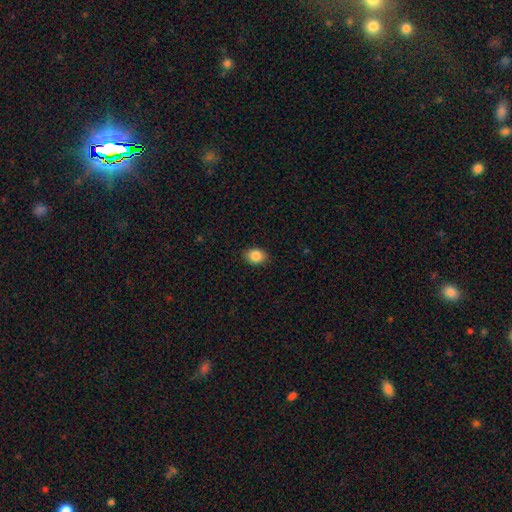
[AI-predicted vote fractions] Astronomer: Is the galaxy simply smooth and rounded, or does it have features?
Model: smooth — 87%.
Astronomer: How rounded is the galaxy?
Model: in between — 70%.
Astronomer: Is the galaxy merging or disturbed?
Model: none — 88%.